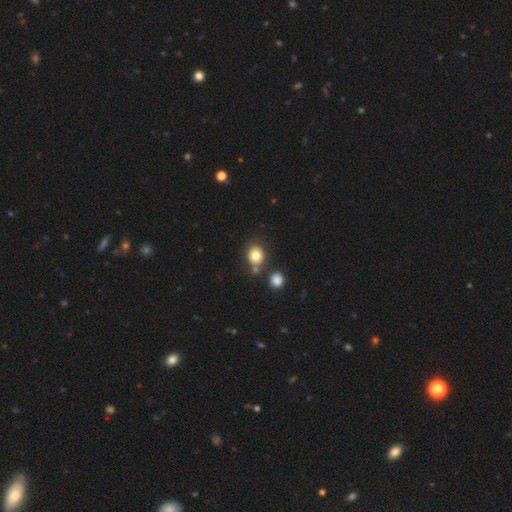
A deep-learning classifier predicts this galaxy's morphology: Smooth or featured? Predicted: smooth (p=0.81). How rounded? Predicted: round (p=0.72). Merging? Predicted: none (p=0.66).